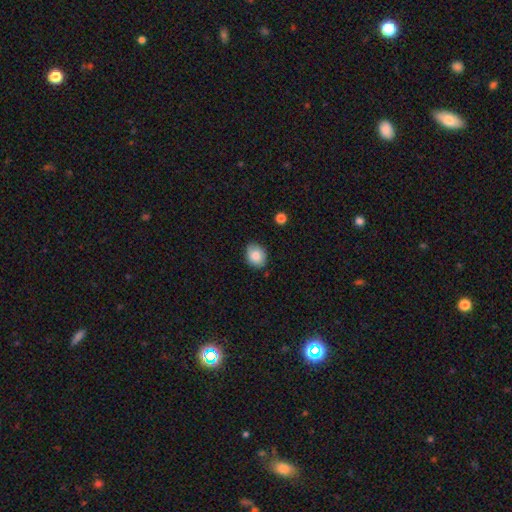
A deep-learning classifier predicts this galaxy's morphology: Smooth or featured? smooth (85%)
How rounded? round (50%)
Merging? none (80%)